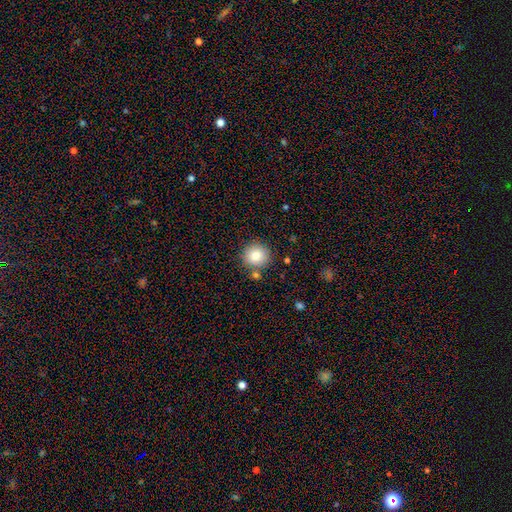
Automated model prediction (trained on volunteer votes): Smooth or featured? smooth (83%)
How rounded? round (91%)
Merging? none (82%)